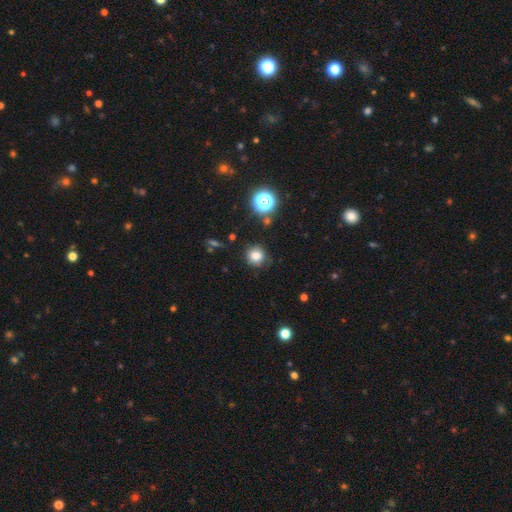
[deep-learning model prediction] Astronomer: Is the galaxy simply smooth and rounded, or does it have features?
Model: smooth — 80%.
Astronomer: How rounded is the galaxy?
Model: round — 89%.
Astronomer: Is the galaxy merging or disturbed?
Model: none — 83%.